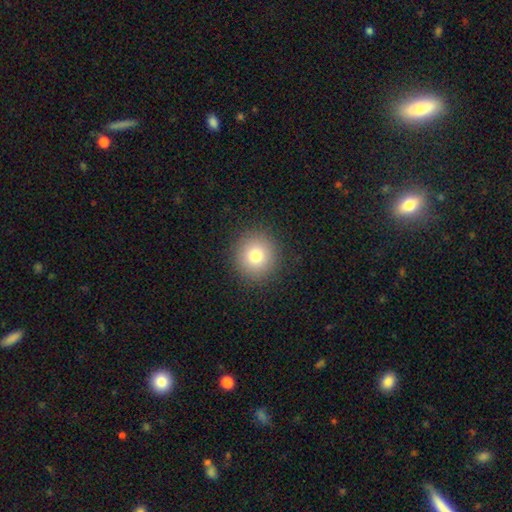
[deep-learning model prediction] smooth 79%, star or artifact 11%, featured or disk 10%. Down the decision tree: how rounded — round (92%); merging — none (90%).